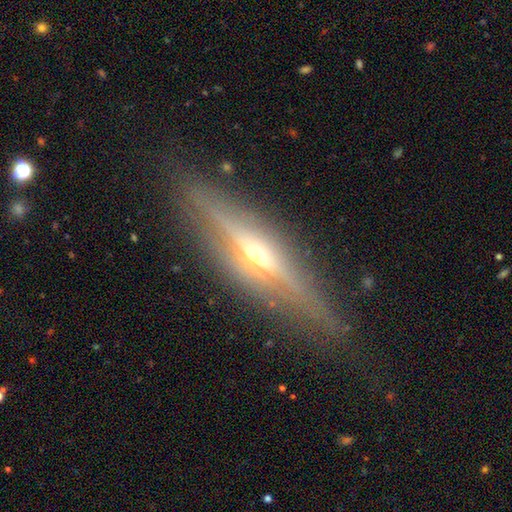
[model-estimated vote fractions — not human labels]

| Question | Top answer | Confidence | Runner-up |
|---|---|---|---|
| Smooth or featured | featured or disk | 78% | smooth (15%) |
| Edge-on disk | yes | 94% | no (6%) |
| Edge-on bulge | rounded | 90% | none (6%) |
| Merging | none | 84% | minor disturbance (11%) |